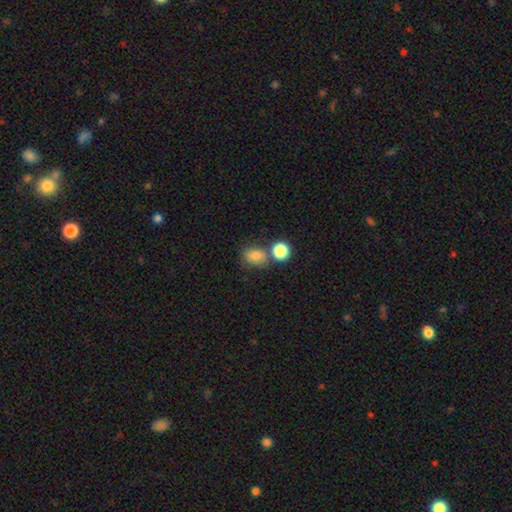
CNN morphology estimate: type=smooth (80%); roundness=in between (55%); merging=none (56%).